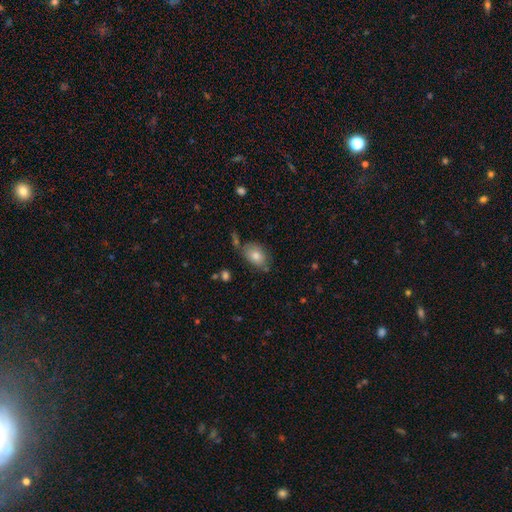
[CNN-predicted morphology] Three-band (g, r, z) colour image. It shows a smooth galaxy with no disk features (78%) that is in between round and cigar-shaped (85%). Merging: none (66%).